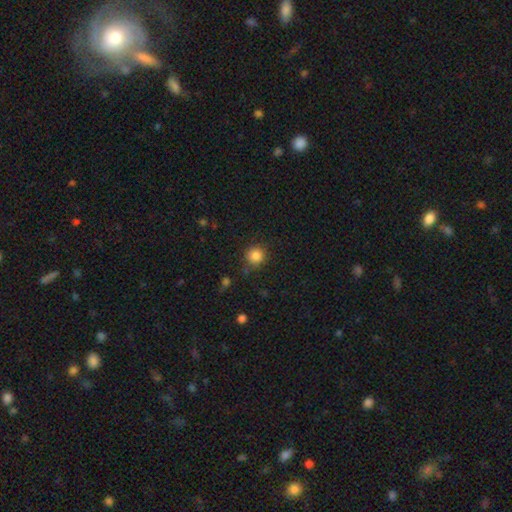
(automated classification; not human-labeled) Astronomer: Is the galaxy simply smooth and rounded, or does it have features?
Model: smooth — 84%.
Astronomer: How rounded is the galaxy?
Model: round — 92%.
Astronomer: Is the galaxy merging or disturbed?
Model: none — 79%.